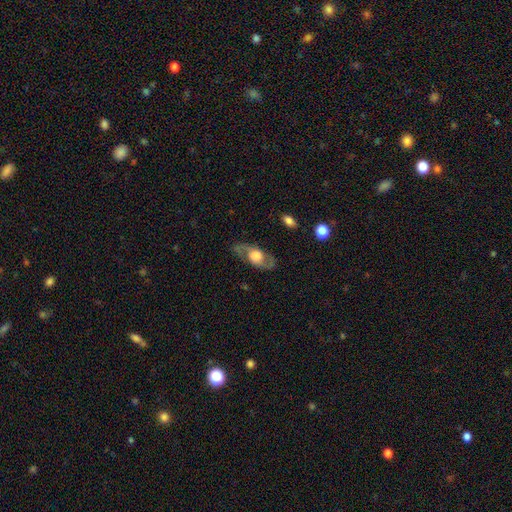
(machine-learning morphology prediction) A featured or disk galaxy (70%) with no bar (77%), spiral arms (72%) and a large central bulge (62%). Merging: none (78%).